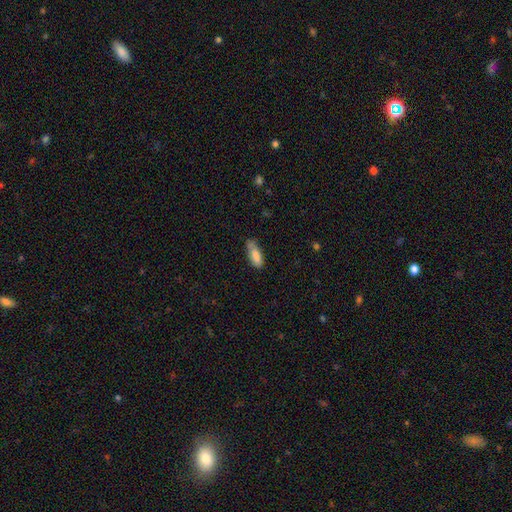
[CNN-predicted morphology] A smooth galaxy with no disk features (82%) that is in between round and cigar-shaped (67%). Merging: none (58%).